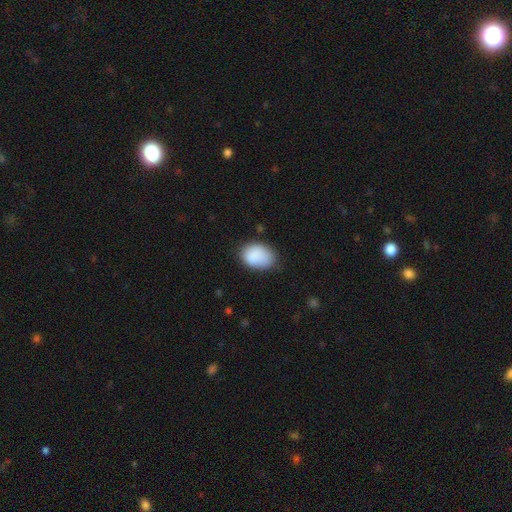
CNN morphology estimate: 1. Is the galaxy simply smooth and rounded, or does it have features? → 87% smooth, 7% star or artifact, 6% featured or disk.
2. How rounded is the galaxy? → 77% in between, 22% round, 1% cigar-shaped.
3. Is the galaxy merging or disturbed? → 67% none, 25% minor disturbance, 6% major disturbance, 2% merger.